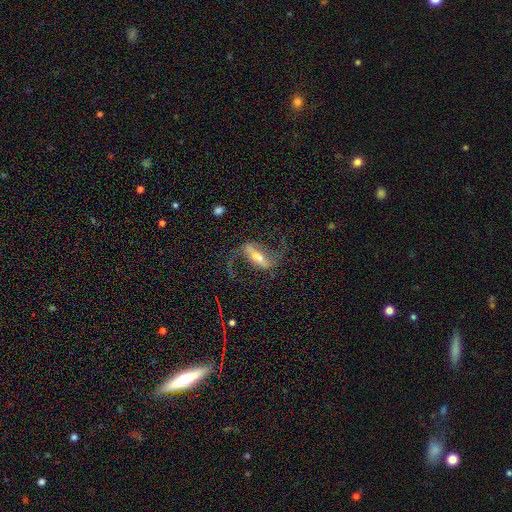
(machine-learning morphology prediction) This is clearly a featured or disk galaxy (86%). It is clearly not viewed edge-on (92%). Bar: likely strong (64%). Spiral arm pattern: clearly yes (95%). Spiral arm count: clearly 2 (93%). Spiral winding: likely loose (73%). Central bulge: possibly moderate (47%). Merging: likely none (71%).